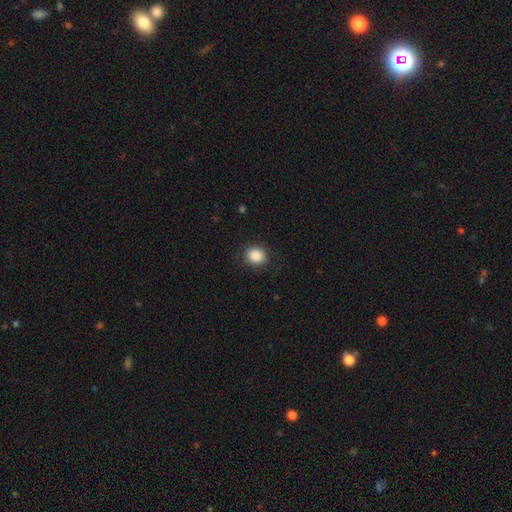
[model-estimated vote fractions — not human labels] The model was most divided on "how rounded": round: 73%, in between: 27%, cigar-shaped: 1%. More confident: smooth or featured — smooth (88%); merging — none (87%).